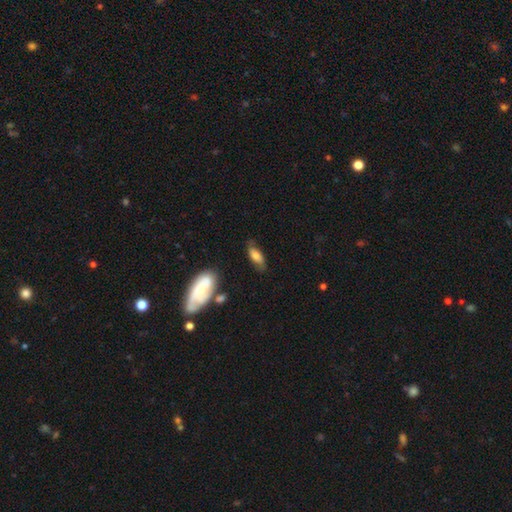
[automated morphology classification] smooth 65%, featured or disk 27%, star or artifact 8%. Down the decision tree: how rounded — in between (77%); merging — none (66%).